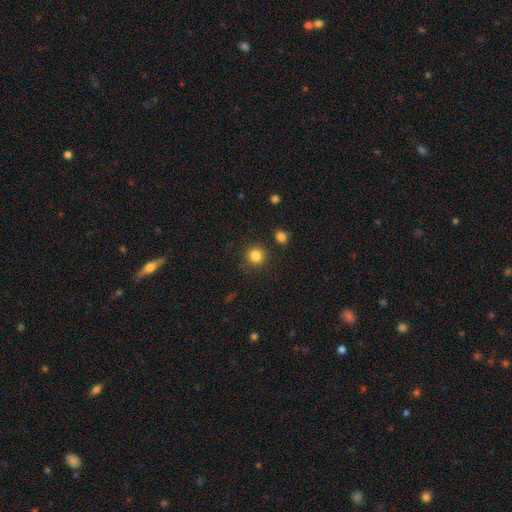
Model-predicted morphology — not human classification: smooth-or-featured: smooth: 84% | star or artifact: 11% | featured or disk: 4%
  how-rounded: round: 92% | in between: 7% | cigar-shaped: 1%
  merging: none: 87% | minor disturbance: 7% | merger: 3% | major disturbance: 3%